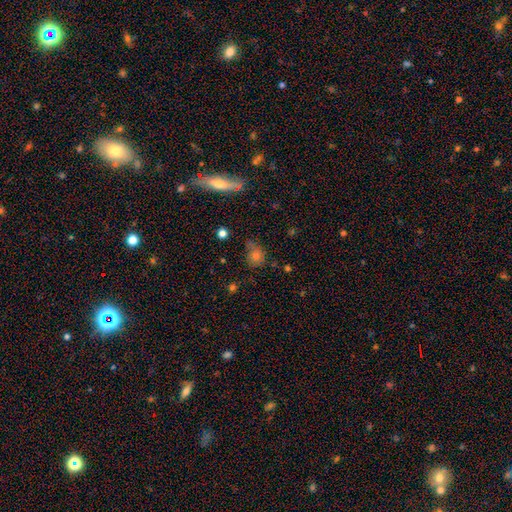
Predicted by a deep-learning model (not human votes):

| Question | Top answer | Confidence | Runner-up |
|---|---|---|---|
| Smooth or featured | smooth | 60% | featured or disk (21%) |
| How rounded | round | 65% | in between (32%) |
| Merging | none | 59% | minor disturbance (25%) |